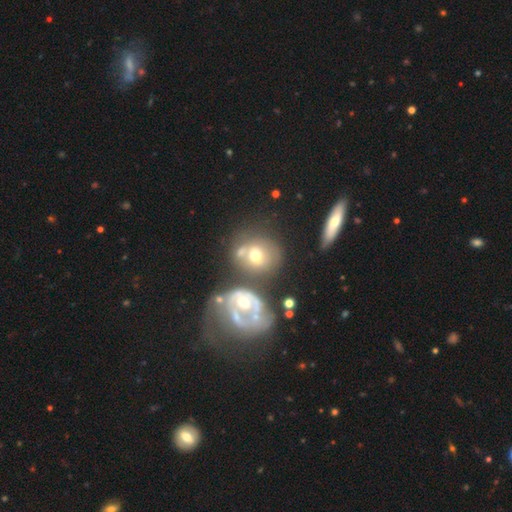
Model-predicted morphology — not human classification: This is possibly a smooth galaxy (49%). Merging: marginally merger (40%).